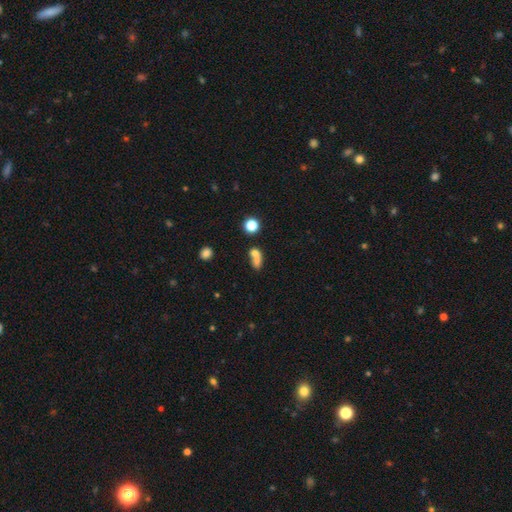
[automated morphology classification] A smooth galaxy with no disk features (68%) that is in between round and cigar-shaped (53%). Merging: merger (50%).